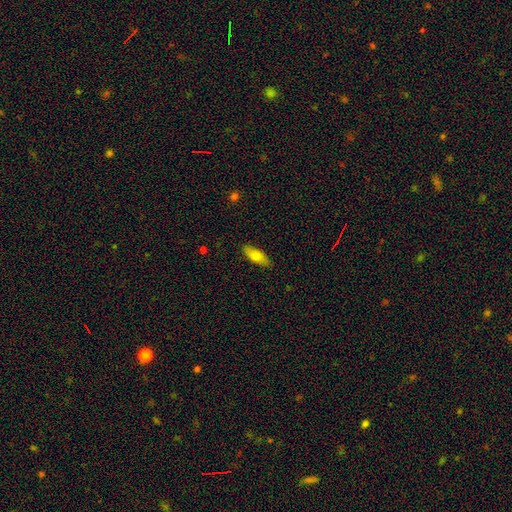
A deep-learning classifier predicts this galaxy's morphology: This is likely a smooth galaxy (74%). How rounded: likely in between (72%). Merging: clearly none (87%).